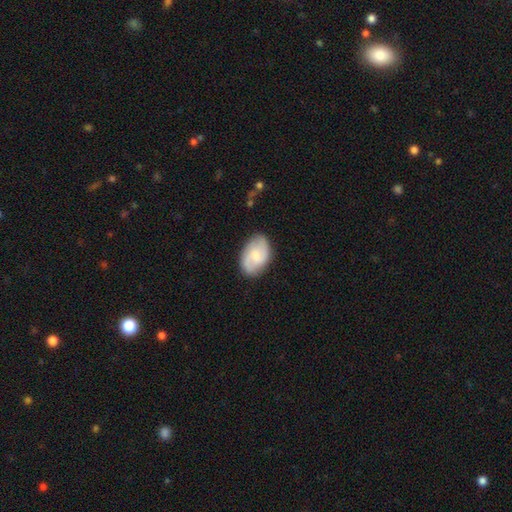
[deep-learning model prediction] smooth_or_featured: featured or disk (p=0.57) [alt: smooth p=0.36]
disk_edge_on: no (p=0.97) [alt: yes p=0.03]
bar: weak (p=0.47) [alt: no p=0.46]
has_spiral_arms: yes (p=0.91) [alt: no p=0.09]
spiral_winding: medium (p=0.47) [alt: loose p=0.28]
spiral_arm_count: 2 (p=0.80) [alt: can't tell p=0.10]
bulge_size: small (p=0.44) [alt: moderate p=0.39]
merging: none (p=0.79) [alt: minor disturbance p=0.15]